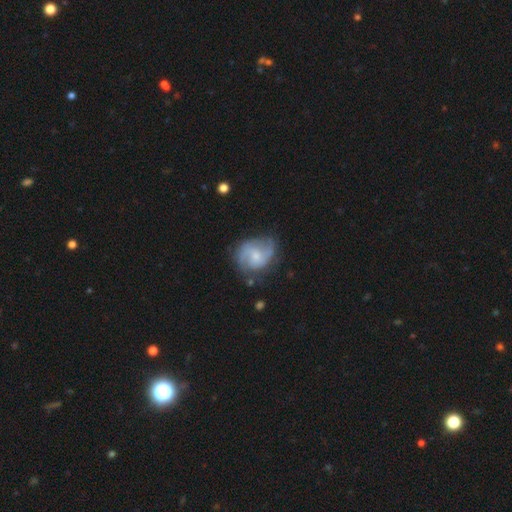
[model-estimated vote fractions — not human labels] smooth-or-featured: featured or disk: 75% | smooth: 18% | star or artifact: 6%
  disk-edge-on: no: 98% | yes: 2%
    bar: no: 53% | weak: 41% | strong: 6%
    has-spiral-arms: yes: 93% | no: 7%
      spiral-winding: medium: 49% | loose: 26% | tight: 25%
      spiral-arm-count: 2: 70% | can't tell: 13% | 3: 9% | 1: 4% | 4: 2% | more than 4: 2%
    bulge-size: small: 51% | moderate: 34% | none: 11% | large: 3% | dominant: 1%
  merging: none: 65% | minor disturbance: 22% | major disturbance: 11% | merger: 2%